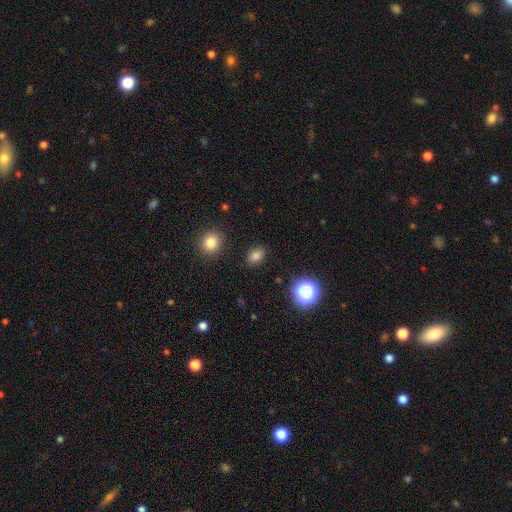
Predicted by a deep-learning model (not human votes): A smooth galaxy with no disk features (80%) that is in between round and cigar-shaped (69%). Merging: none (87%).